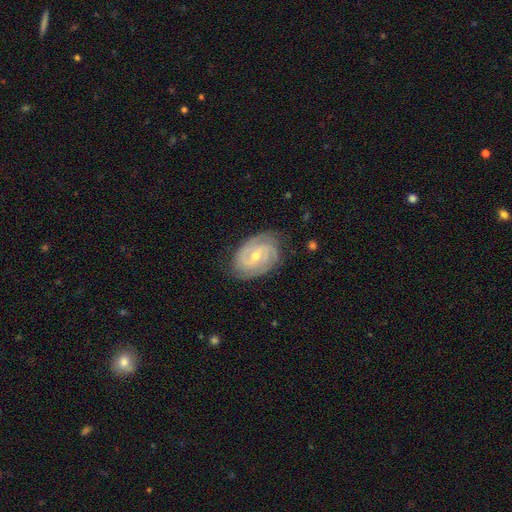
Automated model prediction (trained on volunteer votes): Smooth or featured? Predicted: featured or disk (p=0.87). Edge-on disk? Predicted: no (p=0.97). Bar? Predicted: weak (p=0.46). Spiral arms? Predicted: yes (p=0.97). Spiral winding? Predicted: tight (p=0.64). Spiral arm count? Predicted: 2 (p=0.46). Bulge size? Predicted: small (p=0.54). Merging? Predicted: none (p=0.79).